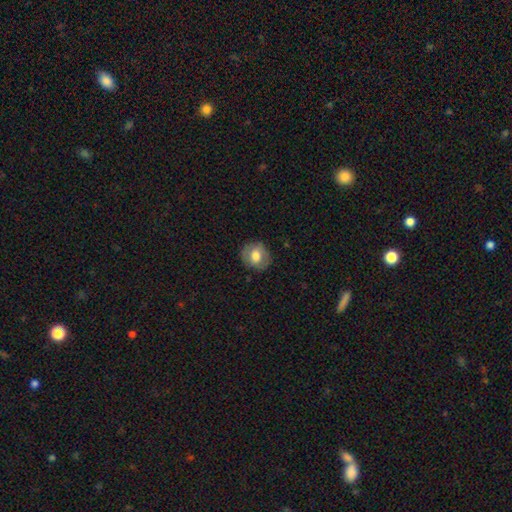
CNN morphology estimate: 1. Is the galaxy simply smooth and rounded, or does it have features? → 69% smooth, 23% featured or disk, 8% star or artifact.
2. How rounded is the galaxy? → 75% round, 24% in between, 1% cigar-shaped.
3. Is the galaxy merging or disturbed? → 84% none, 12% minor disturbance, 3% major disturbance, 1% merger.